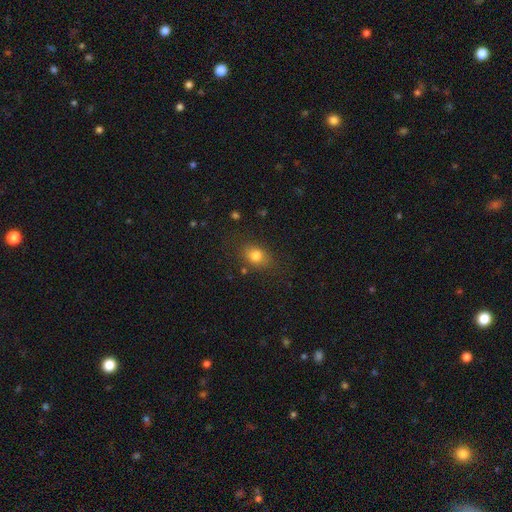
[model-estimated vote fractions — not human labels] Smooth or featured?
  - smooth: 80% *
  - star or artifact: 12%
  - featured or disk: 9%
How rounded?
  - in between: 60% *
  - round: 38%
  - cigar-shaped: 2%
Merging?
  - none: 76% *
  - minor disturbance: 15%
  - major disturbance: 5%
  - merger: 3%